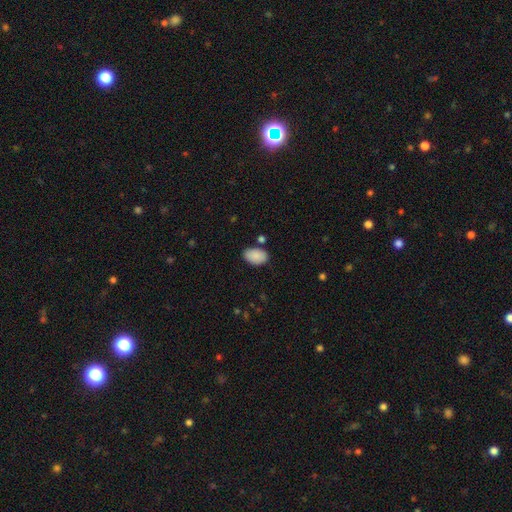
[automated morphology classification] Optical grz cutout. It shows a smooth galaxy with no disk features (89%) that is in between round and cigar-shaped (92%). Merging: none (78%).